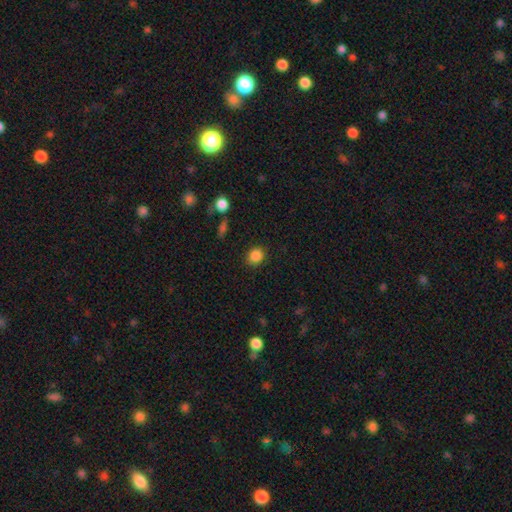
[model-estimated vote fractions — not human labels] Smooth or featured? smooth (86%)
How rounded? round (71%)
Merging? none (87%)